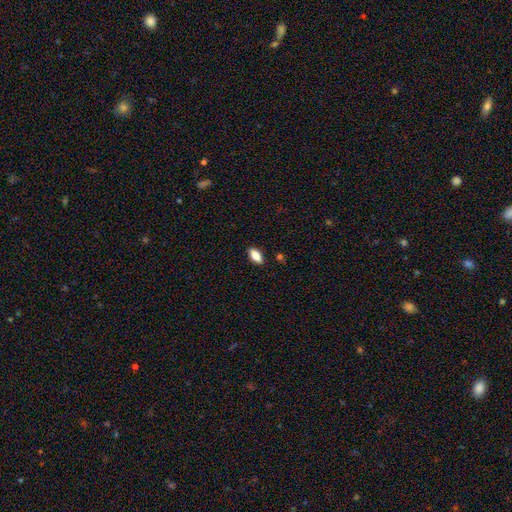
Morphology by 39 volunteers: Smooth or featured? smooth (87%)
How rounded? in between (76%)
Merging? none (86%)